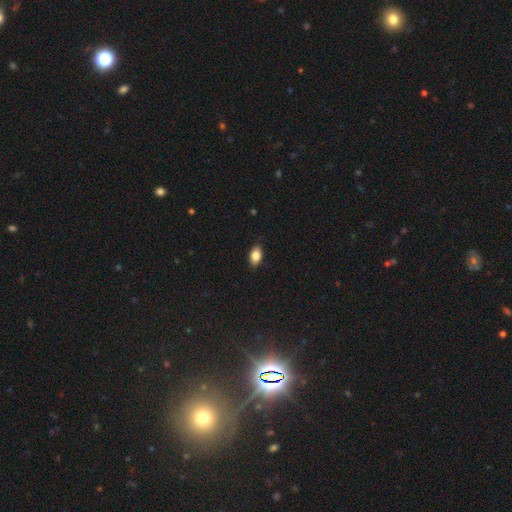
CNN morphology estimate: Overall: smooth (84%). How rounded: in between (89%). Merging: none (86%).